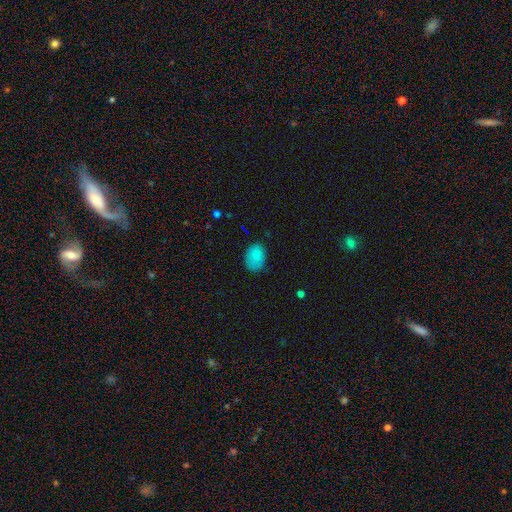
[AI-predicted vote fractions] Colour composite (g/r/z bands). It shows a smooth galaxy with no disk features (84%) that is in between round and cigar-shaped (81%). Merging: none (74%).